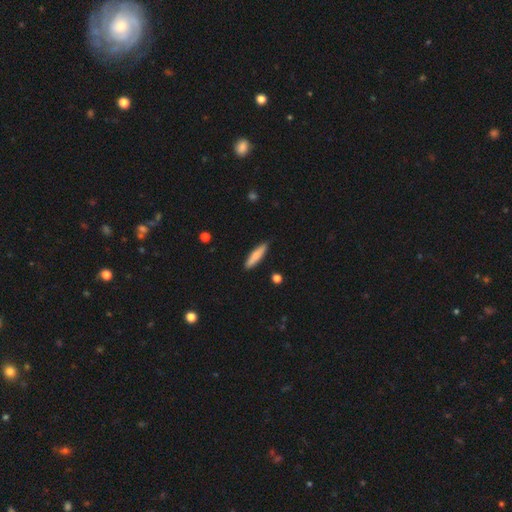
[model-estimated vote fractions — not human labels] A smooth galaxy with no disk features (76%) that is cigar-shaped (80%). Merging: none (89%).